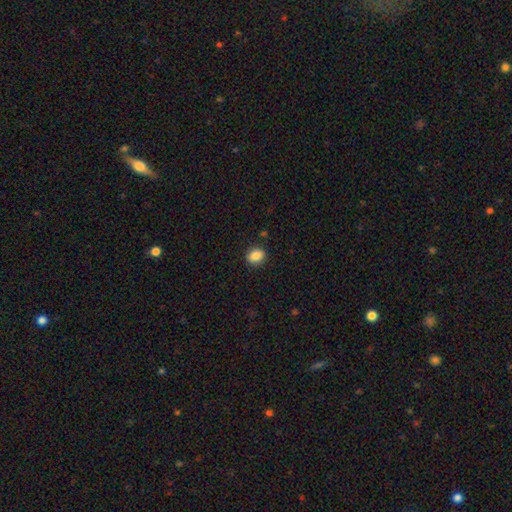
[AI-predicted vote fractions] Smooth or featured?
  - smooth: 86% *
  - star or artifact: 9%
  - featured or disk: 5%
How rounded?
  - round: 52% *
  - in between: 47%
  - cigar-shaped: 1%
Merging?
  - none: 90% *
  - minor disturbance: 7%
  - major disturbance: 2%
  - merger: 1%